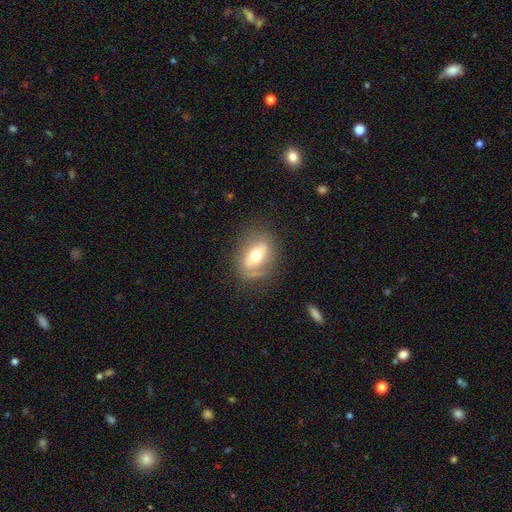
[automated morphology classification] Smooth or featured: smooth — 46% (tied with featured or disk — 46%)
Merging: none — 69% (minor disturbance — 20%)